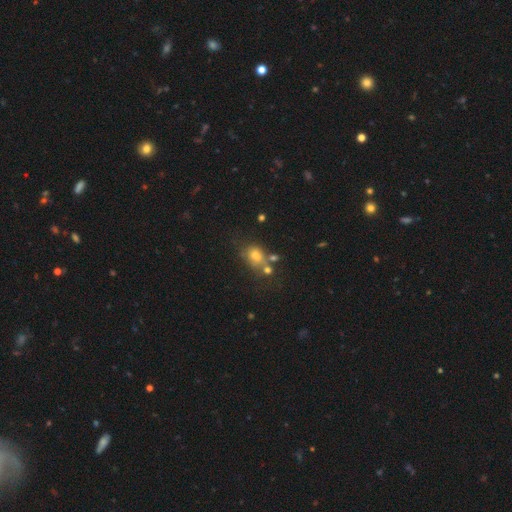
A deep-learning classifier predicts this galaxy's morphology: Smooth or featured: smooth — 70% (star or artifact — 18%)
How rounded: round — 53% (in between — 46%)
Merging: none — 55% (merger — 22%)